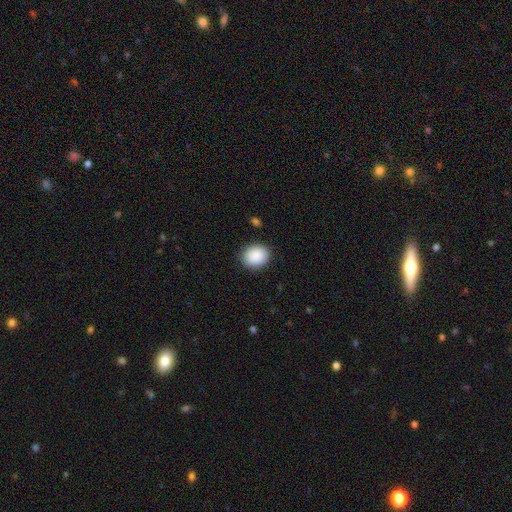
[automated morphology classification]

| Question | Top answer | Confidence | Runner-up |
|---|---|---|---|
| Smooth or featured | smooth | 90% | star or artifact (7%) |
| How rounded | round | 68% | in between (31%) |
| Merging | none | 89% | minor disturbance (8%) |